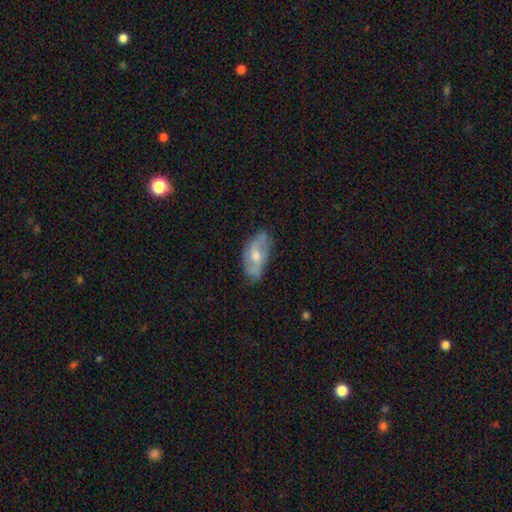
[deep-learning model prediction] Smooth or featured? Predicted: featured or disk (p=0.63). Edge-on disk? Predicted: no (p=0.91). Bar? Predicted: no (p=0.55). Spiral arms? Predicted: yes (p=0.80). Bulge size? Predicted: moderate (p=0.64). Merging? Predicted: none (p=0.70).